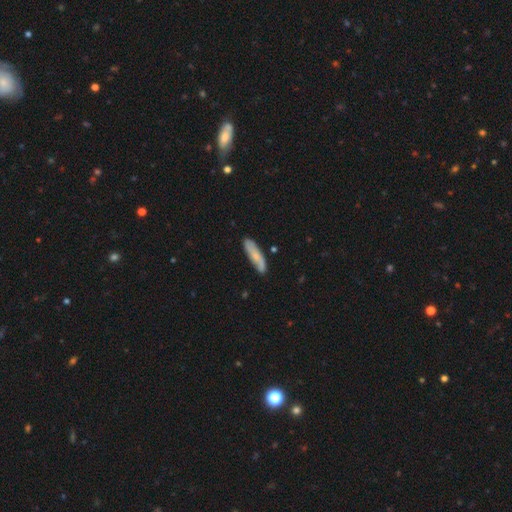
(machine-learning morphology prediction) Smooth or featured?
  - smooth: 63% *
  - featured or disk: 31%
  - star or artifact: 6%
How rounded?
  - cigar-shaped: 70% *
  - in between: 28%
  - round: 2%
Merging?
  - none: 76% *
  - minor disturbance: 19%
  - major disturbance: 3%
  - merger: 2%